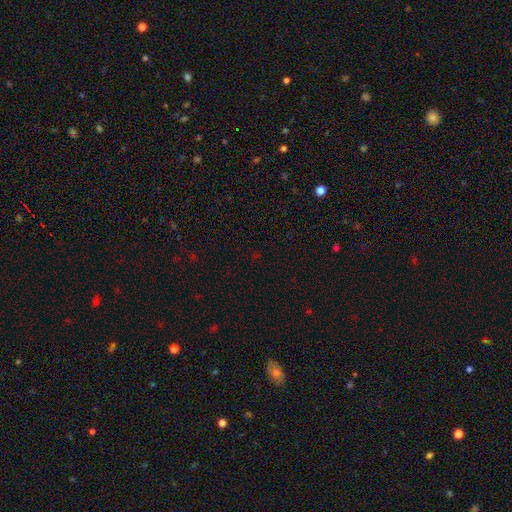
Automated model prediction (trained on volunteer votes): Smooth or featured? star or artifact (70%)